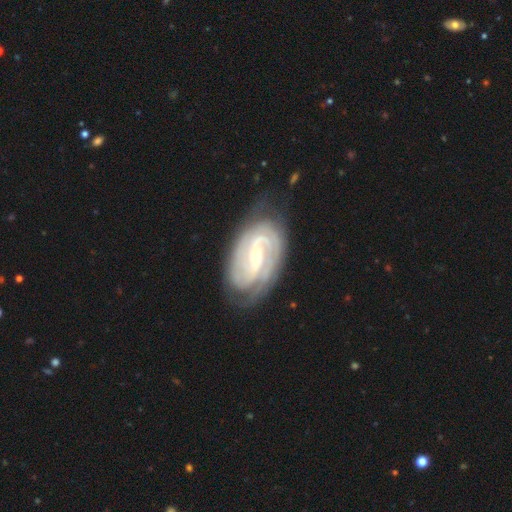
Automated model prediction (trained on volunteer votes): Morphology: type=featured or disk (89%); edge-on=no (96%); bar=weak (44%); spiral arms=yes (97%); winding=tight (65%); arm count=2 (48%); bulge=small (61%); merging=none (74%).